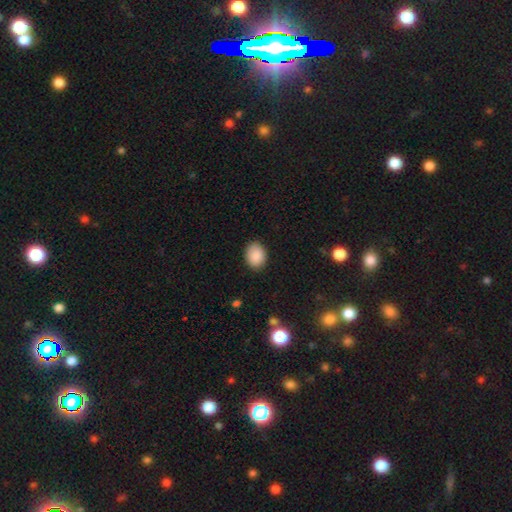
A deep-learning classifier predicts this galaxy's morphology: This is clearly a smooth galaxy (89%). How rounded: likely in between (64%). Merging: clearly none (86%).